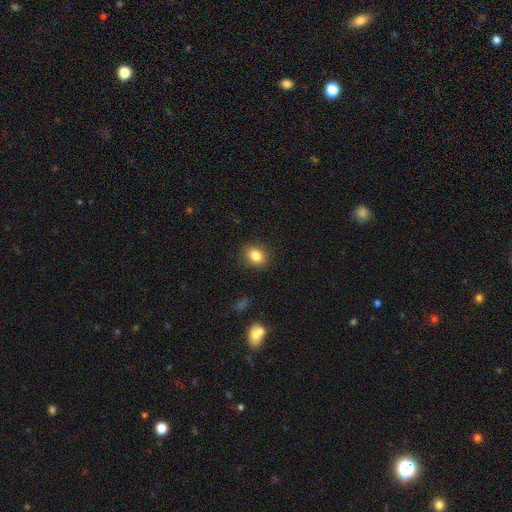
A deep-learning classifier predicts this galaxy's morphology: Q: Smooth or featured?
A: smooth (84%); runner-up: star or artifact (10%)
Q: How rounded?
A: in between (52%); runner-up: round (47%)
Q: Merging?
A: none (88%); runner-up: minor disturbance (9%)